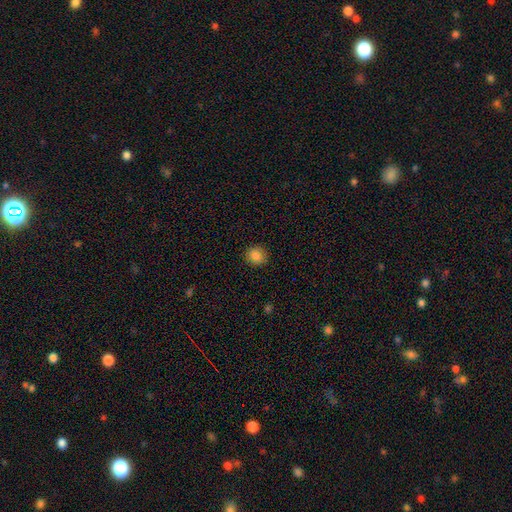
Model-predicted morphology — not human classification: Smooth or featured: smooth — 85% (star or artifact — 10%)
How rounded: round — 88% (in between — 11%)
Merging: none — 91% (minor disturbance — 6%)